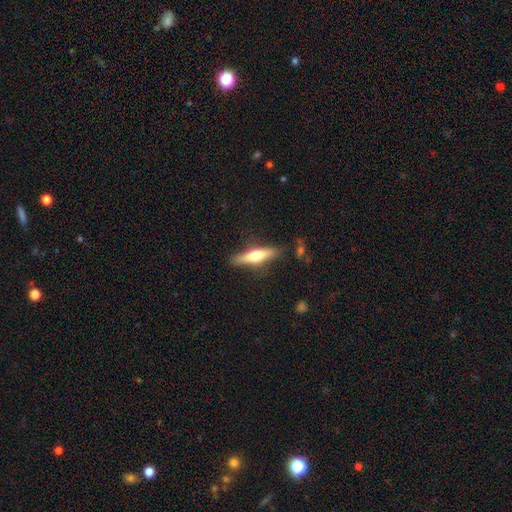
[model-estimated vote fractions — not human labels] Smooth or featured? featured or disk (51%)
Edge-on disk? yes (94%)
Merging? none (85%)